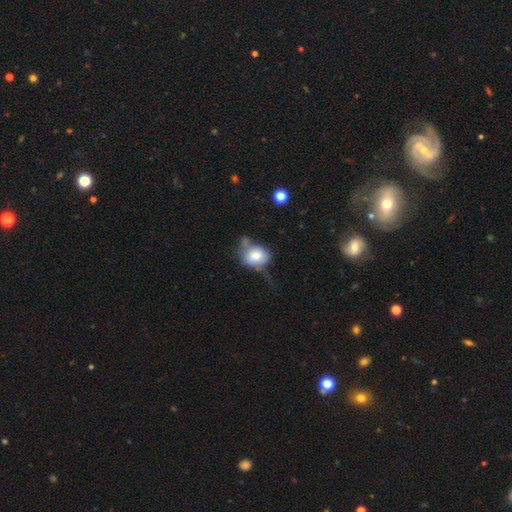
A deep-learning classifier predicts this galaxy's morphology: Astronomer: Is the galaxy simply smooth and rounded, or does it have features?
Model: smooth — 75%.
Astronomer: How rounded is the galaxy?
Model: round — 50% (runner-up: in between, 49%).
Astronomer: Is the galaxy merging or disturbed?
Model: none — 42% (runner-up: minor disturbance, 28%).